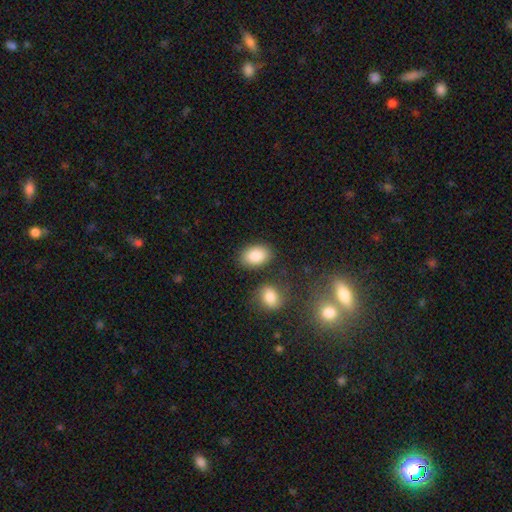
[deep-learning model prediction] Q: Smooth or featured?
A: smooth (88%); runner-up: star or artifact (7%)
Q: How rounded?
A: in between (87%); runner-up: round (12%)
Q: Merging?
A: none (81%); runner-up: minor disturbance (11%)